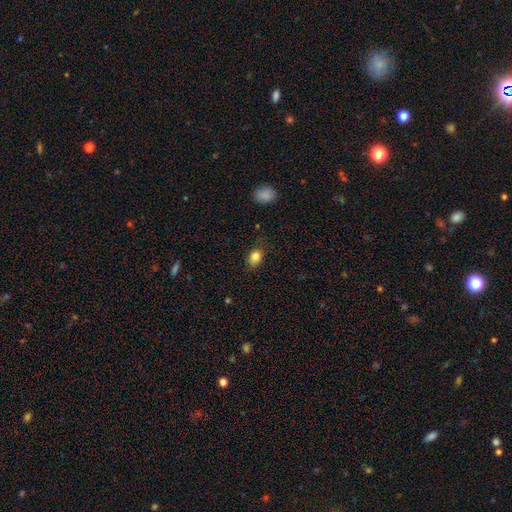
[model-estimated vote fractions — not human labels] A smooth galaxy with no disk features (84%) that is in between round and cigar-shaped (73%).

Vote fractions:
- Smooth or featured? smooth: 84% / star or artifact: 9% / featured or disk: 6%
- How rounded? in between: 73% / round: 26% / cigar-shaped: 2%
- Merging? none: 74% / minor disturbance: 20% / major disturbance: 5% / merger: 1%